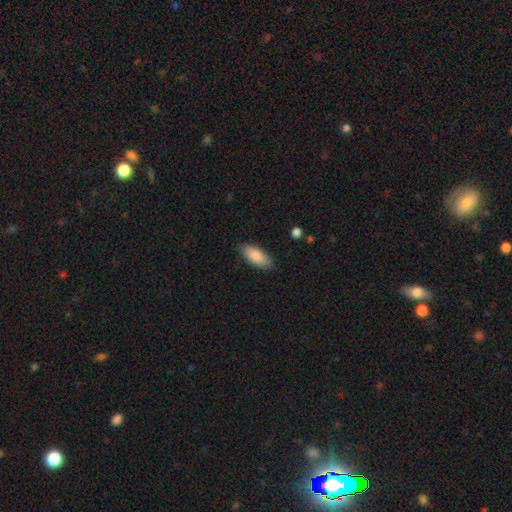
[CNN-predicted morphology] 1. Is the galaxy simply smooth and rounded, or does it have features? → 86% smooth, 8% featured or disk, 6% star or artifact.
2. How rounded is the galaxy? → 82% in between, 16% cigar-shaped, 2% round.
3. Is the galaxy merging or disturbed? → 85% none, 12% minor disturbance, 2% major disturbance, 1% merger.